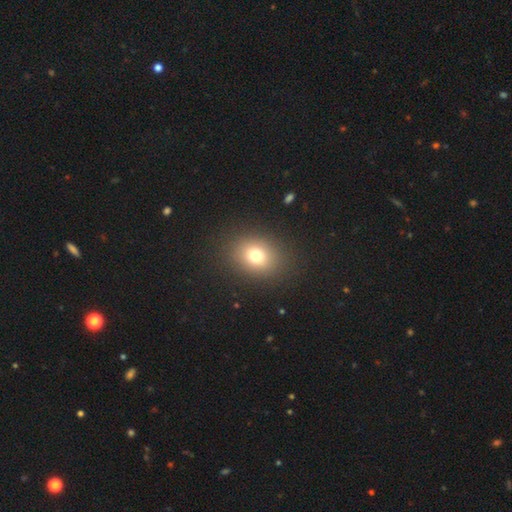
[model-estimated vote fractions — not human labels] Smooth or featured: smooth — 74% (star or artifact — 15%)
How rounded: round — 56% (in between — 43%)
Merging: none — 87% (minor disturbance — 7%)